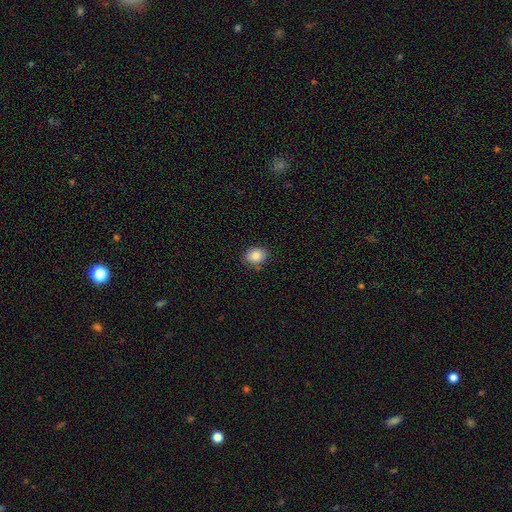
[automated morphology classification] A smooth galaxy with no disk features (85%) that is in between round and cigar-shaped (57%). Merging: none (84%).